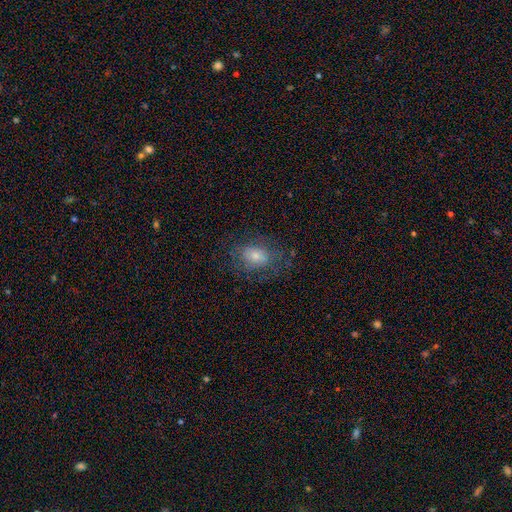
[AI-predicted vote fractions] Smooth or featured? smooth (57%)
How rounded? in between (70%)
Merging? none (65%)